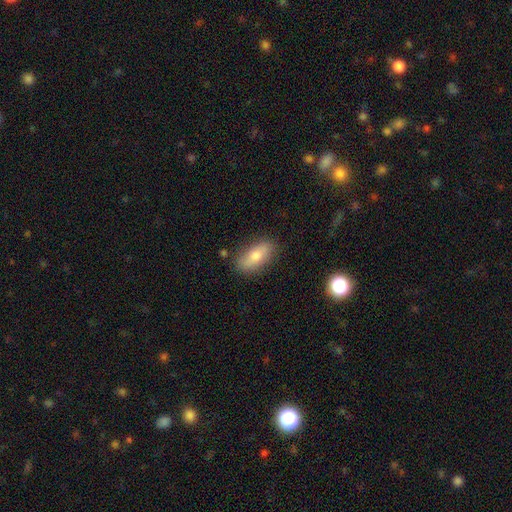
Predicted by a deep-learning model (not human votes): This appears to be a smooth galaxy with no disk features (72%) that is in between round and cigar-shaped (84%). Merging: none (82%).